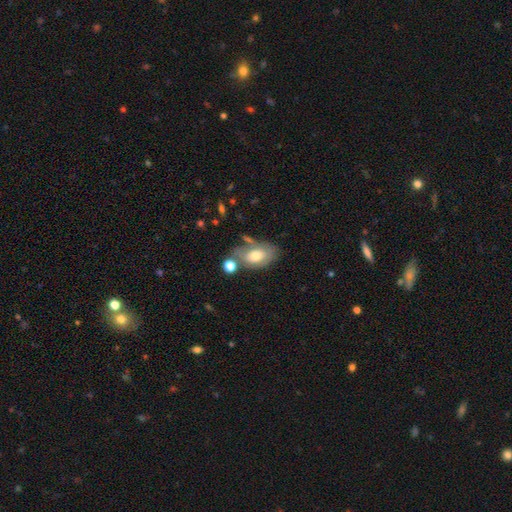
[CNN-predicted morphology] Smooth or featured? smooth (61%)
How rounded? in between (88%)
Merging? none (47%)